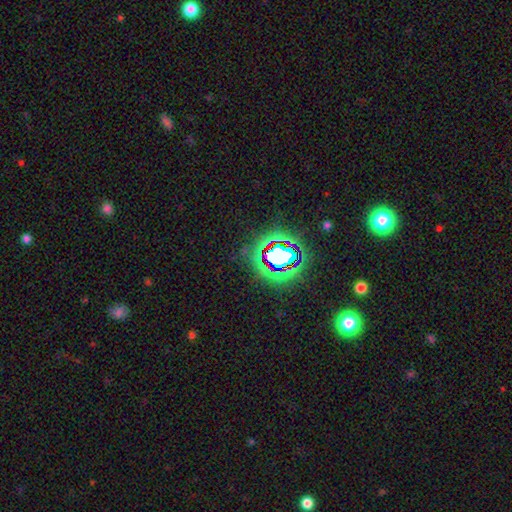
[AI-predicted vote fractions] Smooth or featured: star or artifact — 78% (smooth — 13%)